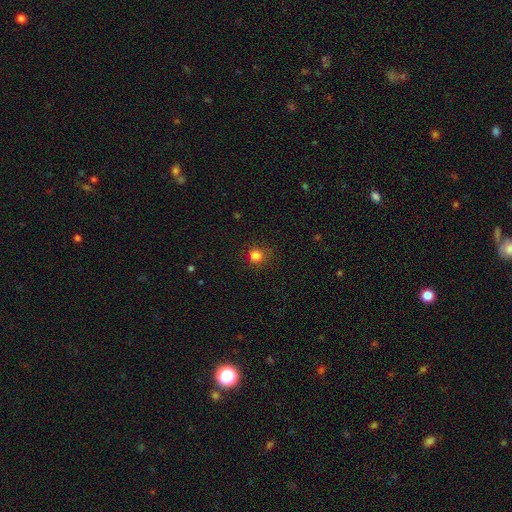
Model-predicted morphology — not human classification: Overall: smooth (82%). How rounded: round (88%). Merging: none (82%).